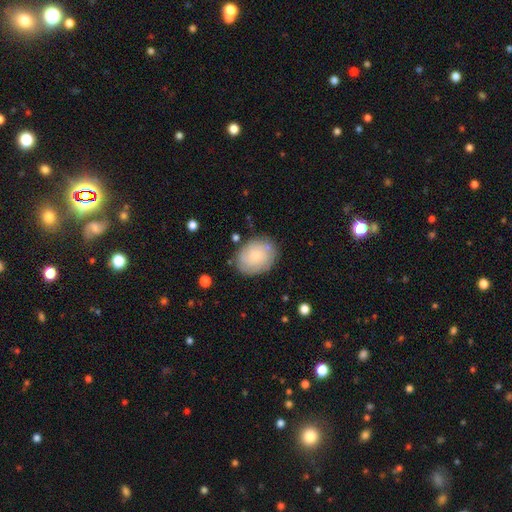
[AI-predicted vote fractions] Smooth or featured?
  - smooth: 52% *
  - featured or disk: 41%
  - star or artifact: 7%
How rounded?
  - in between: 62% *
  - round: 37%
  - cigar-shaped: 1%
Merging?
  - none: 78% *
  - minor disturbance: 16%
  - major disturbance: 4%
  - merger: 2%